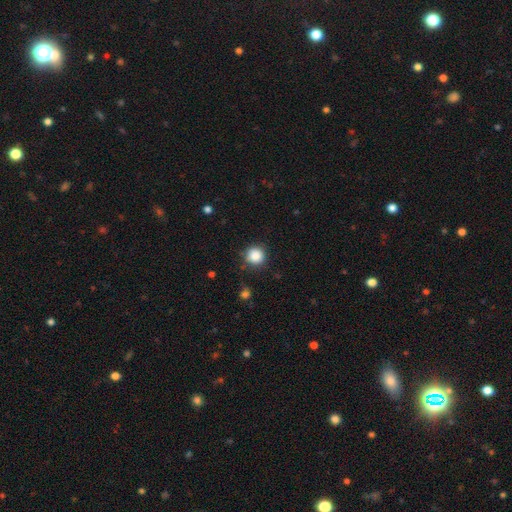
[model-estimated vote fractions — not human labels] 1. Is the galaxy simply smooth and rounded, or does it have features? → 86% smooth, 10% star or artifact, 4% featured or disk.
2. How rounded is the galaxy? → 93% round, 6% in between, 1% cigar-shaped.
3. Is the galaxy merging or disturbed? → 83% none, 12% minor disturbance, 3% major disturbance, 2% merger.